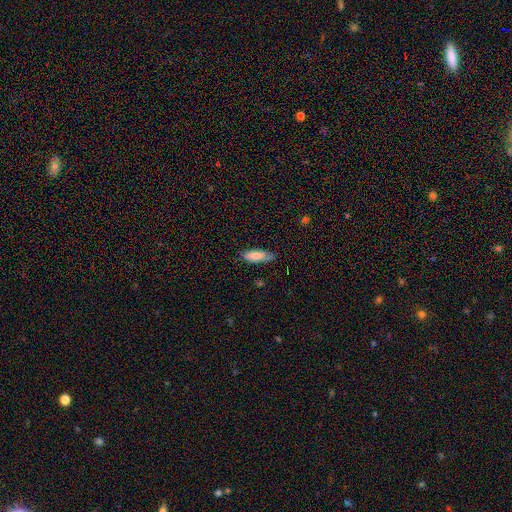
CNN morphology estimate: smooth-or-featured: smooth: 77% | featured or disk: 16% | star or artifact: 7%
  how-rounded: in between: 68% | cigar-shaped: 30% | round: 2%
  merging: none: 68% | minor disturbance: 25% | major disturbance: 5% | merger: 2%